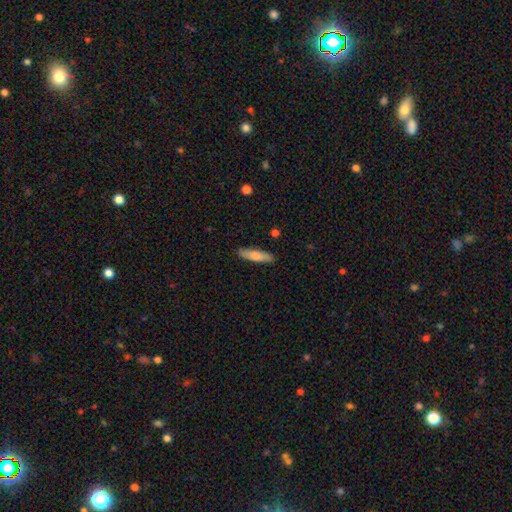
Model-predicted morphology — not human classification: The model was most divided on "how rounded": cigar-shaped: 70%, in between: 29%, round: 2%. More confident: merging — none (89%); smooth or featured — smooth (77%).